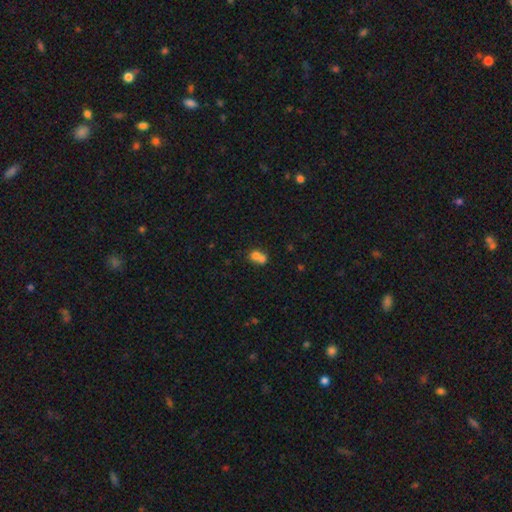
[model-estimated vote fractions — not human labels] smooth-or-featured: smooth: 70% | featured or disk: 18% | star or artifact: 12%
  how-rounded: round: 62% | in between: 37% | cigar-shaped: 1%
  merging: merger: 66% | none: 25% | minor disturbance: 6% | major disturbance: 3%